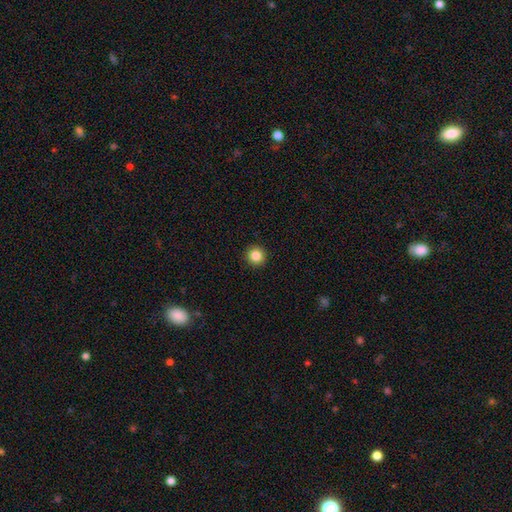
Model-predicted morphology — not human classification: Smooth or featured? Predicted: smooth (p=0.85). How rounded? Predicted: round (p=0.94). Merging? Predicted: none (p=0.93).